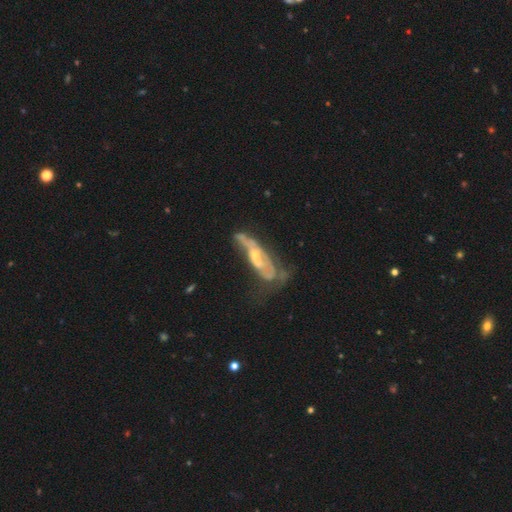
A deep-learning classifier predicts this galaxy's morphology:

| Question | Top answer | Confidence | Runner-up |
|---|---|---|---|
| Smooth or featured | featured or disk | 71% | smooth (21%) |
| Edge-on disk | no | 68% | yes (32%) |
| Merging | major disturbance | 35% | none (34%) |